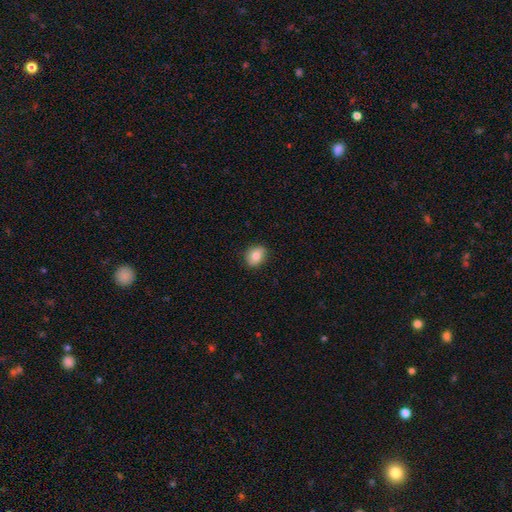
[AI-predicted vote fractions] Smooth or featured? smooth (81%)
How rounded? round (53%)
Merging? none (86%)